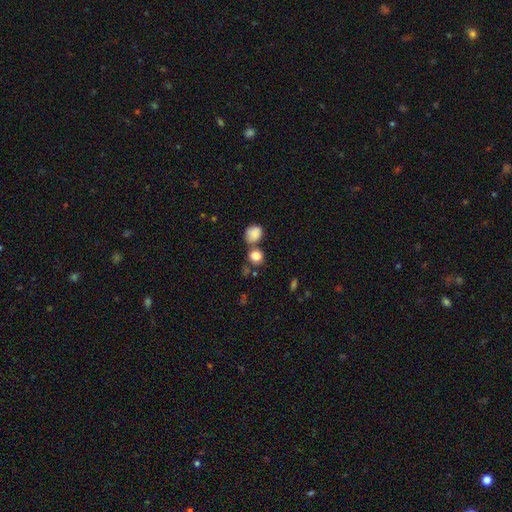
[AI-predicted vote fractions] The model was most divided on "merging": none: 53%, merger: 33%, minor disturbance: 10%, major disturbance: 4%. More confident: smooth or featured — smooth (84%); how rounded — round (78%).